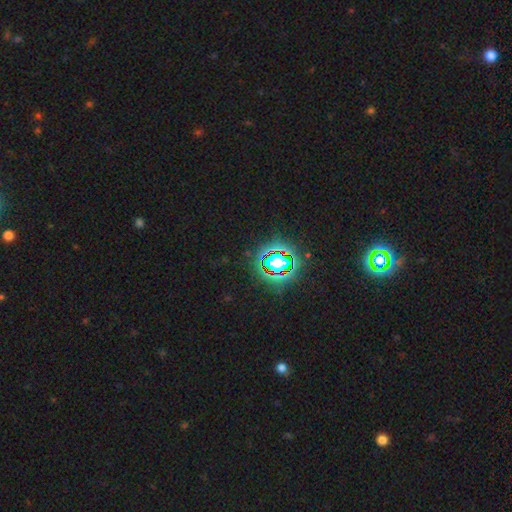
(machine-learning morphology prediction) Overall: star or artifact (82%).